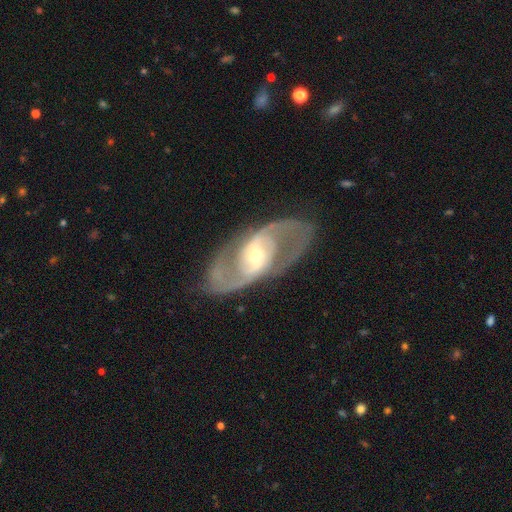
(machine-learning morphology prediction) smooth-or-featured: featured or disk: 87% | smooth: 8% | star or artifact: 5%
  disk-edge-on: no: 94% | yes: 6%
    bar: weak: 36% | strong: 35% | no: 29%
    has-spiral-arms: yes: 89% | no: 11%
      spiral-winding: medium: 52% | tight: 25% | loose: 23%
      spiral-arm-count: 2: 89% | can't tell: 6% | 1: 2% | 3: 2% | 4: 1% | more than 4: 1%
    bulge-size: small: 53% | moderate: 40% | large: 5% | dominant: 1% | none: 1%
  merging: none: 78% | minor disturbance: 12% | major disturbance: 9% | merger: 2%